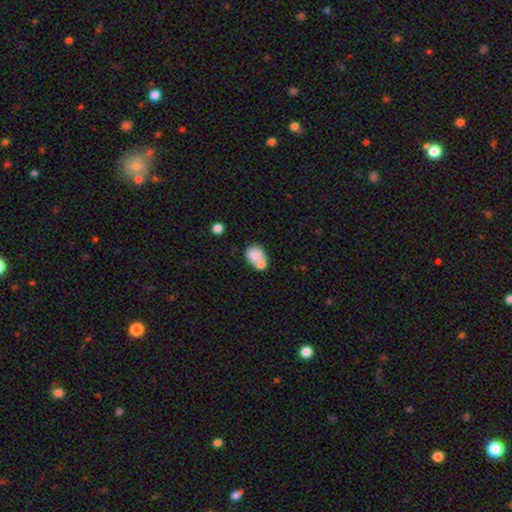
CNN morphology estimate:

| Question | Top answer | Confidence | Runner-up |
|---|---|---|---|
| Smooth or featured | smooth | 77% | featured or disk (14%) |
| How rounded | in between | 61% | round (38%) |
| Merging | merger | 47% | none (35%) |